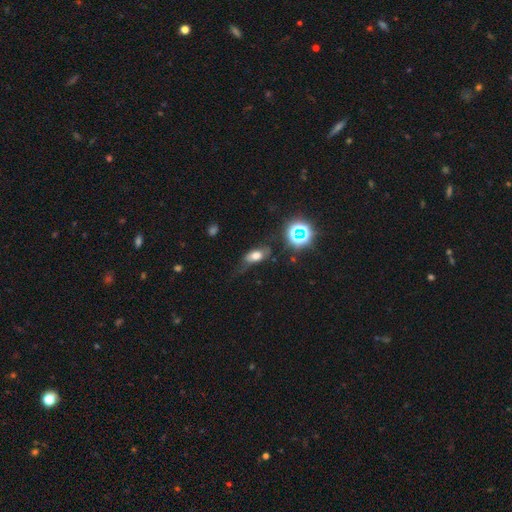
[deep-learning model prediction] This is likely a smooth galaxy (63%). How rounded: likely in between (79%). Merging: possibly none (52%).